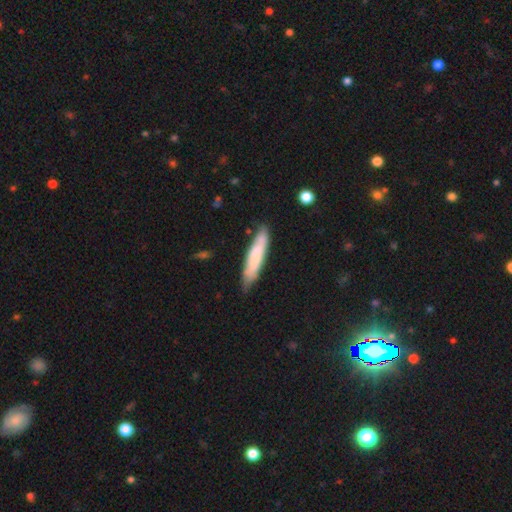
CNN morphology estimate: A smooth galaxy with no disk features (67%) that is cigar-shaped (82%).

Vote fractions:
- Smooth or featured? smooth: 67% / featured or disk: 27% / star or artifact: 6%
- How rounded? cigar-shaped: 82% / in between: 16% / round: 1%
- Merging? none: 76% / minor disturbance: 19% / major disturbance: 3% / merger: 2%